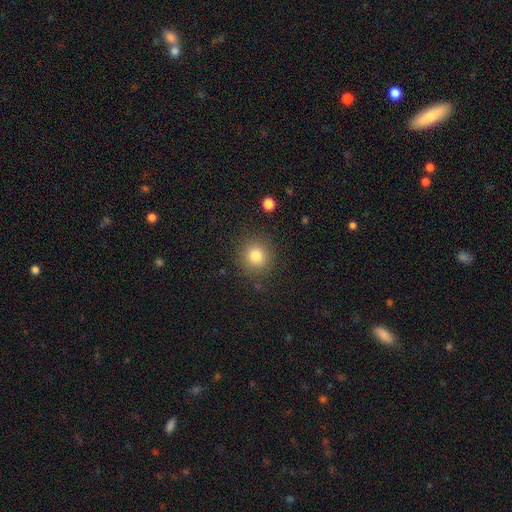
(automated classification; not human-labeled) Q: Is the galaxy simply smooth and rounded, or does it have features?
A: smooth — 80%.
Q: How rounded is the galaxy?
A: round — 91%.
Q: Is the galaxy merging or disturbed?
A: none — 87%.